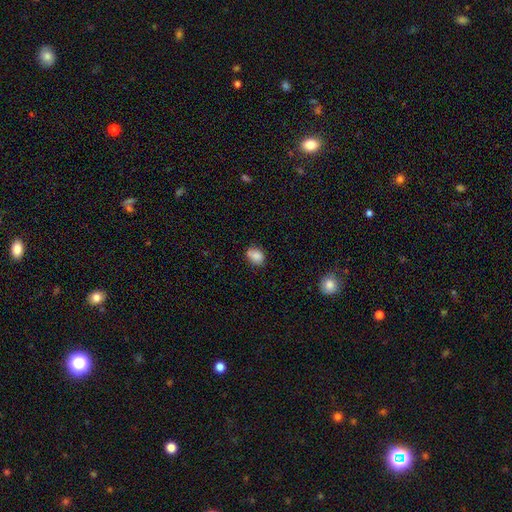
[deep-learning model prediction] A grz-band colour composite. It shows a smooth galaxy with no disk features (84%) that is in between round and cigar-shaped (62%). Merging: none (63%).